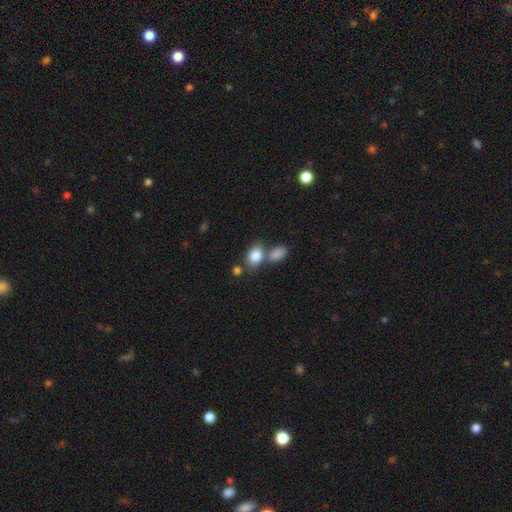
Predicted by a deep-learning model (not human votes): This appears to be a smooth galaxy with no disk features (83%) that is in between round and cigar-shaped (72%). Merging: none (48%).